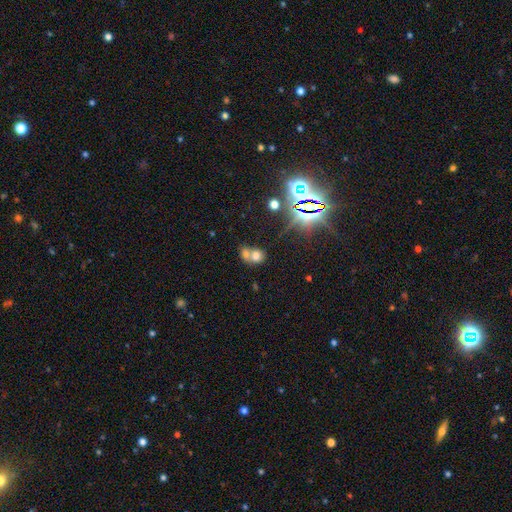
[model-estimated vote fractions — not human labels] Morphology: type=smooth (64%); roundness=round (59%); merging=merger (63%).